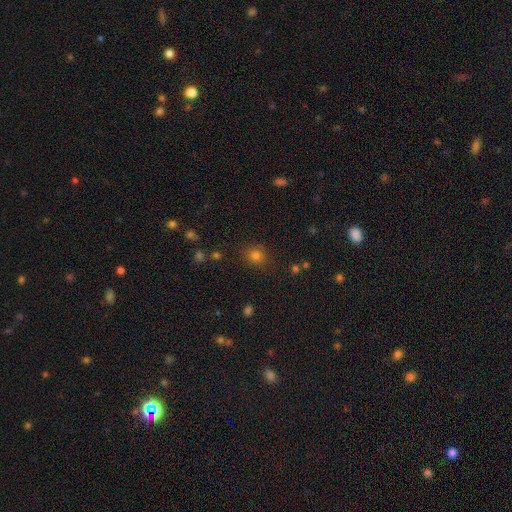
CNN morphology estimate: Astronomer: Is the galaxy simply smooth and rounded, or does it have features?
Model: smooth — 77%.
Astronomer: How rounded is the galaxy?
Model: round — 80%.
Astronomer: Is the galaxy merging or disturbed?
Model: none — 84%.